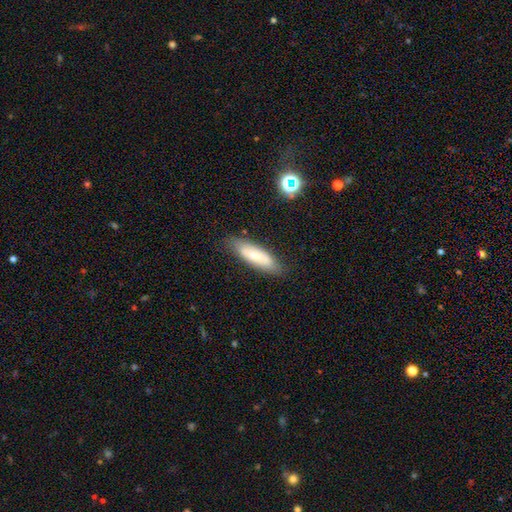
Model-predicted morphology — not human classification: Smooth or featured: smooth — 65% (featured or disk — 28%)
How rounded: cigar-shaped — 51% (in between — 47%)
Merging: none — 81% (minor disturbance — 15%)